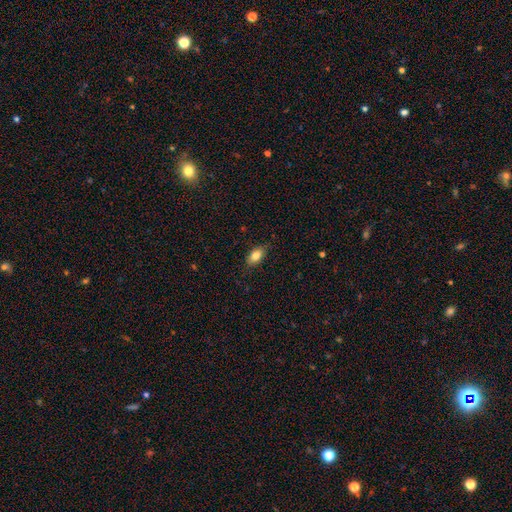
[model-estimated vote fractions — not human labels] Smooth or featured? Predicted: smooth (p=0.83). How rounded? Predicted: in between (p=0.89). Merging? Predicted: none (p=0.83).